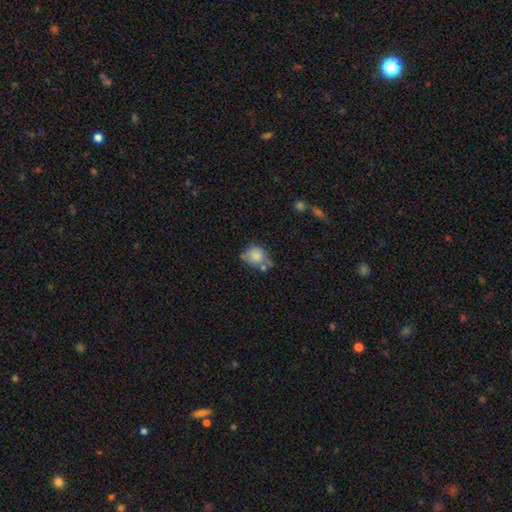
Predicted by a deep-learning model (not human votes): Smooth or featured?
  - smooth: 80% *
  - featured or disk: 12%
  - star or artifact: 9%
How rounded?
  - round: 74% *
  - in between: 25%
  - cigar-shaped: 1%
Merging?
  - none: 47% *
  - minor disturbance: 24%
  - merger: 21%
  - major disturbance: 8%